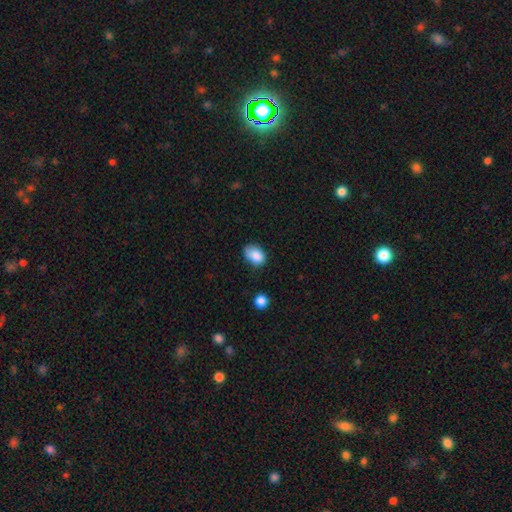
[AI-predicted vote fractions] A smooth galaxy with no disk features (85%) that is in between round and cigar-shaped (76%). Merging: none (58%).